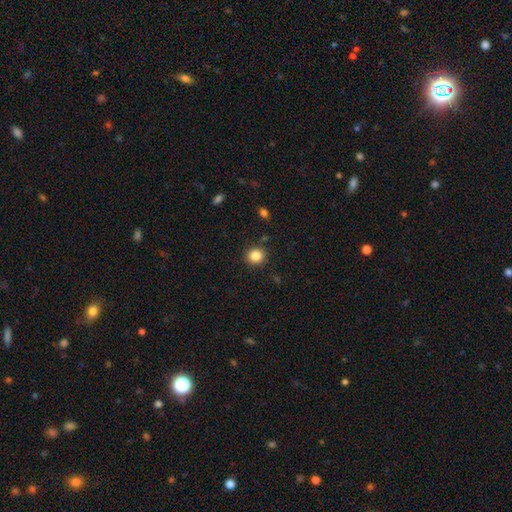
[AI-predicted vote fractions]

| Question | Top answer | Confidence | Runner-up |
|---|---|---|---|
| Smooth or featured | smooth | 85% | star or artifact (11%) |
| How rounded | round | 88% | in between (11%) |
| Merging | none | 89% | minor disturbance (7%) |